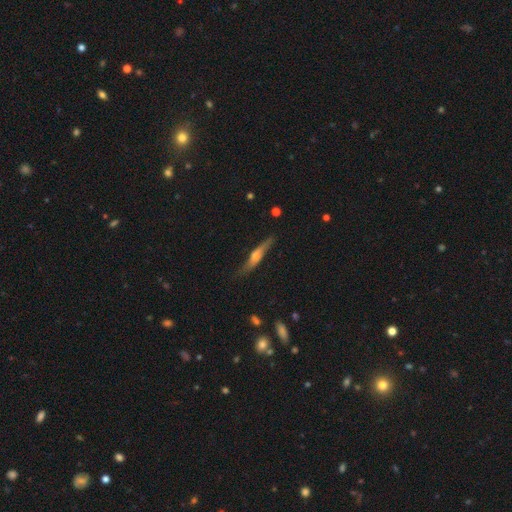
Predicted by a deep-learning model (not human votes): A featured or disk galaxy (61%) viewed edge-on (89%) with a rounded central bulge (83%). Merging: none (75%).